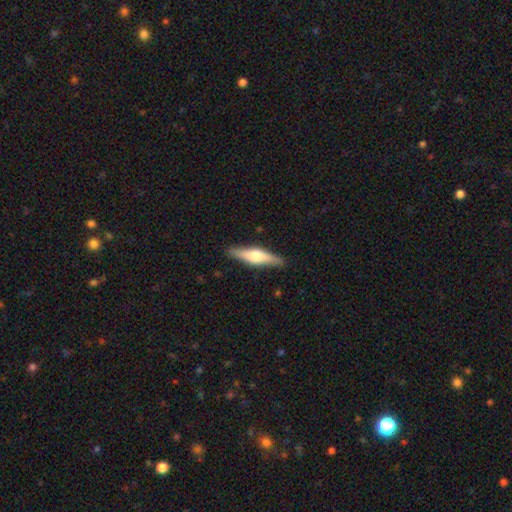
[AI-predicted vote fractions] smooth_or_featured: featured or disk (p=0.52) [alt: smooth p=0.43]
disk_edge_on: yes (p=0.93) [alt: no p=0.07]
merging: none (p=0.88) [alt: minor disturbance p=0.09]